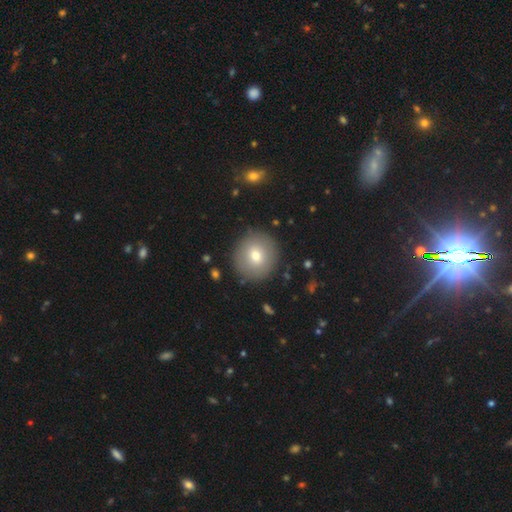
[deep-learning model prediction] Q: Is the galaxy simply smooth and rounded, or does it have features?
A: smooth — 74%.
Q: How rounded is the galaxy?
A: round — 92%.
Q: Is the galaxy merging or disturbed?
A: none — 89%.